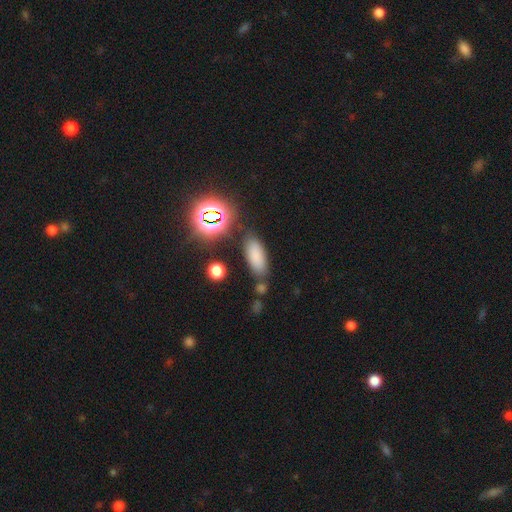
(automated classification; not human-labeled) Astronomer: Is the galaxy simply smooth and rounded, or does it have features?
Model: smooth — 78%.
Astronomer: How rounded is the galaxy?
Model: in between — 80%.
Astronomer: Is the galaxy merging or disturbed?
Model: none — 78%.